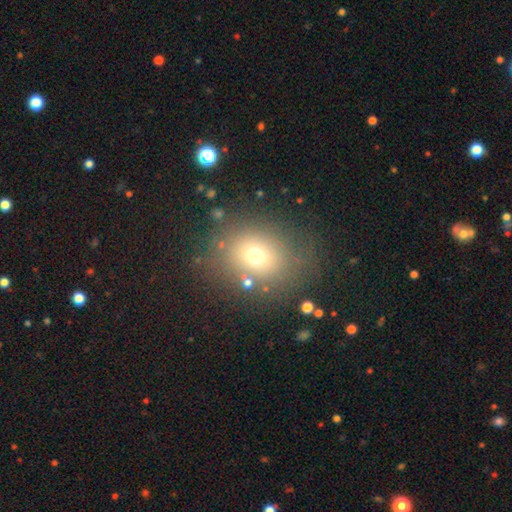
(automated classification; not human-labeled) Smooth or featured? Predicted: smooth (p=0.68). How rounded? Predicted: round (p=0.62). Merging? Predicted: none (p=0.78).